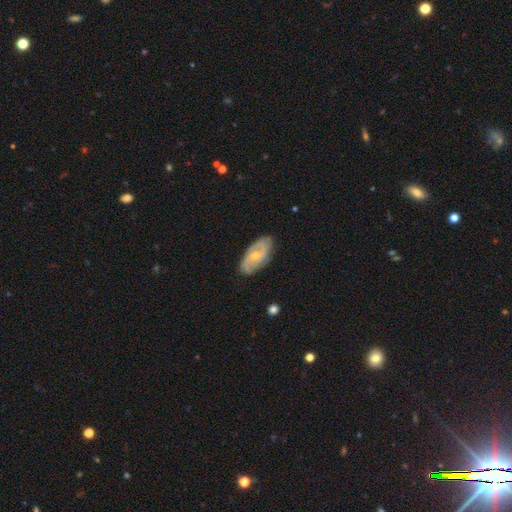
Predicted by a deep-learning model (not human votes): Smooth or featured? featured or disk (73%)
Edge-on disk? no (94%)
Bar? no (51%)
Spiral arms? yes (91%)
Spiral winding? medium (45%)
Spiral arm count? 2 (69%)
Bulge size? small (57%)
Merging? none (80%)